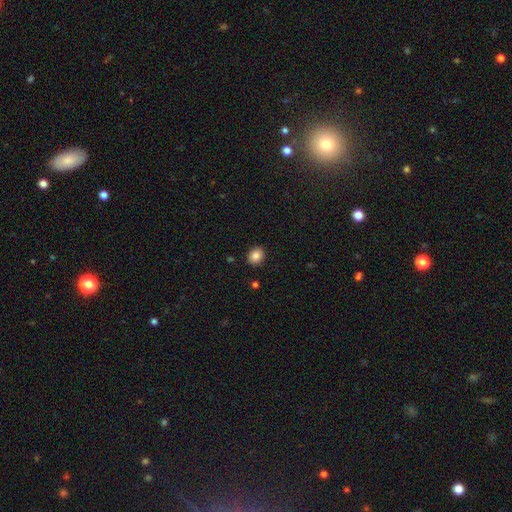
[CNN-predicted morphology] A smooth galaxy with no disk features (85%) that is round (66%).

Vote fractions:
- Smooth or featured? smooth: 85% / star or artifact: 10% / featured or disk: 5%
- How rounded? round: 66% / in between: 34% / cigar-shaped: 1%
- Merging? none: 90% / minor disturbance: 7% / major disturbance: 2% / merger: 1%